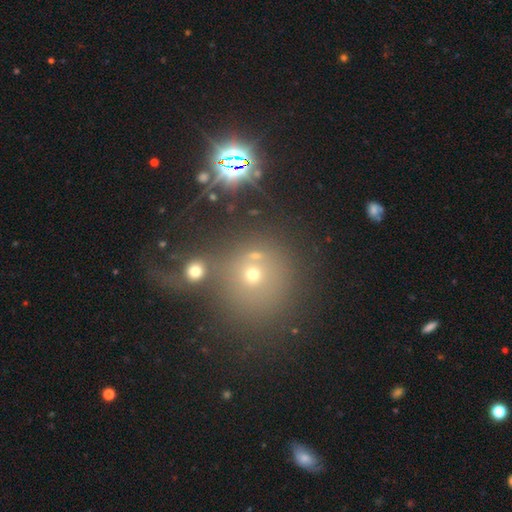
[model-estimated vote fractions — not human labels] A smooth galaxy with no disk features (51%) that is round (90%). Merging: none (52%).